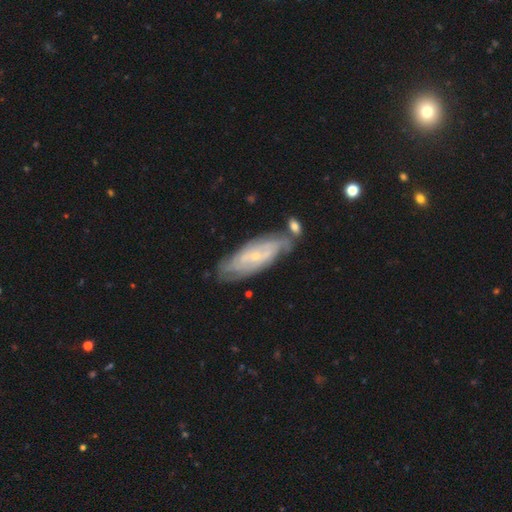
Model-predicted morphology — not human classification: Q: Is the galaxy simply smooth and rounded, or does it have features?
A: featured or disk — 76%.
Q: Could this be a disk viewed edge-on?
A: no — 85%.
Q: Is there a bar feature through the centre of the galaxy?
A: no — 63%.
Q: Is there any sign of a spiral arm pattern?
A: yes — 88%.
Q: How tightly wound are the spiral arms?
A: tight — 64%.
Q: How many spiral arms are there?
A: can't tell — 52%.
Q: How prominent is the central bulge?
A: small — 77%.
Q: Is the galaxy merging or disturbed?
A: none — 63%.